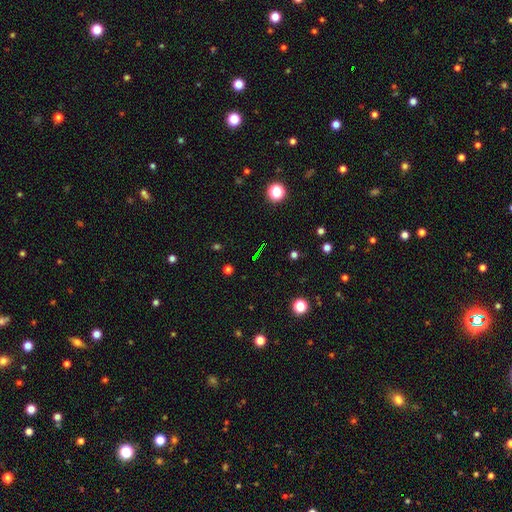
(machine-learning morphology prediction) type=star or artifact (64%).